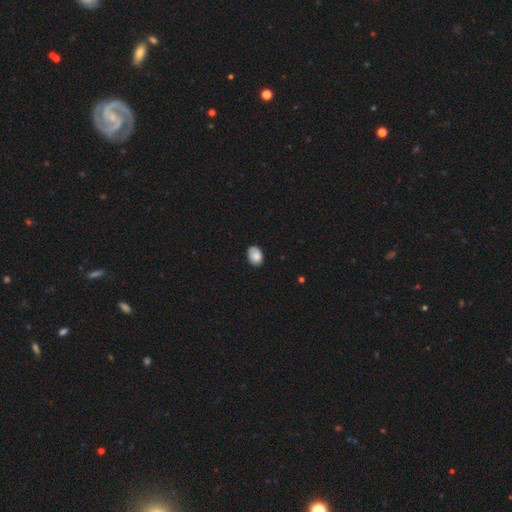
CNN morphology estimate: Overall: smooth (82%). How rounded: in between (77%). Merging: none (79%).